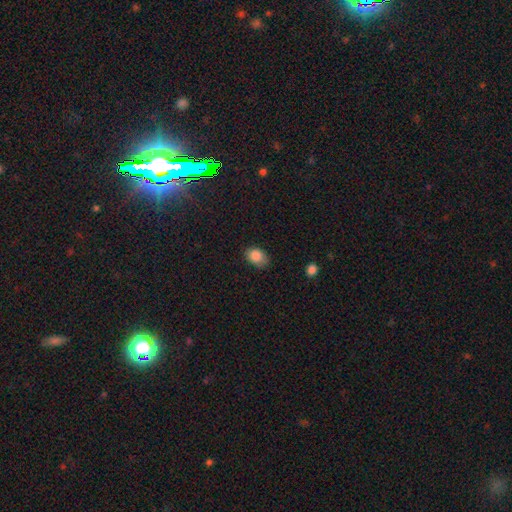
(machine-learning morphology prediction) This is clearly a smooth galaxy (86%). How rounded: likely in between (73%). Merging: likely none (72%).